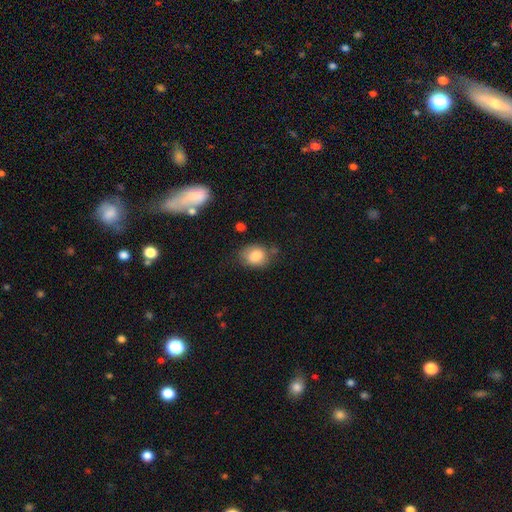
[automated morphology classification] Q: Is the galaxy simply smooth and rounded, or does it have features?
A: smooth — 84%.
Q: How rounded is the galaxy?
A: in between — 59%.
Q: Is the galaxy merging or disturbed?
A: none — 66%.